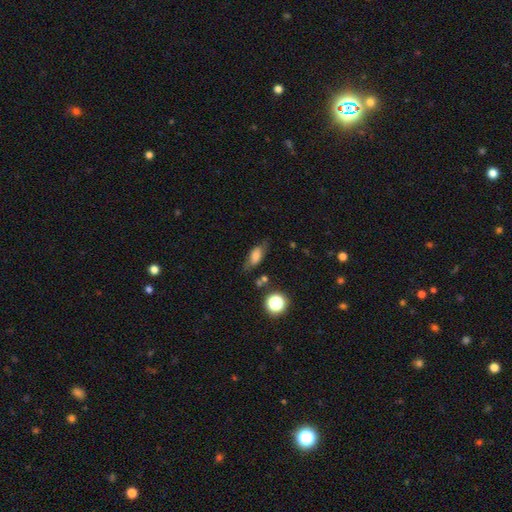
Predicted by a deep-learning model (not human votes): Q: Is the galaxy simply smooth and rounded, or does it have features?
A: smooth — 63%.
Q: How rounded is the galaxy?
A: in between — 74%.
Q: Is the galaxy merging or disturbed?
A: none — 65%.